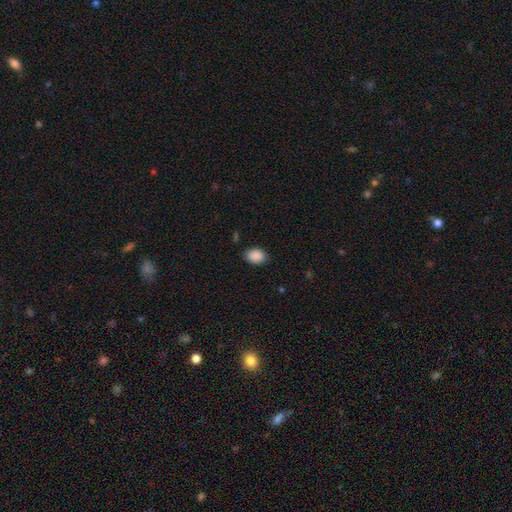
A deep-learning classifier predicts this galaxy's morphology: Q: Smooth or featured?
A: smooth (90%); runner-up: star or artifact (8%)
Q: How rounded?
A: in between (79%); runner-up: round (20%)
Q: Merging?
A: none (83%); runner-up: minor disturbance (13%)